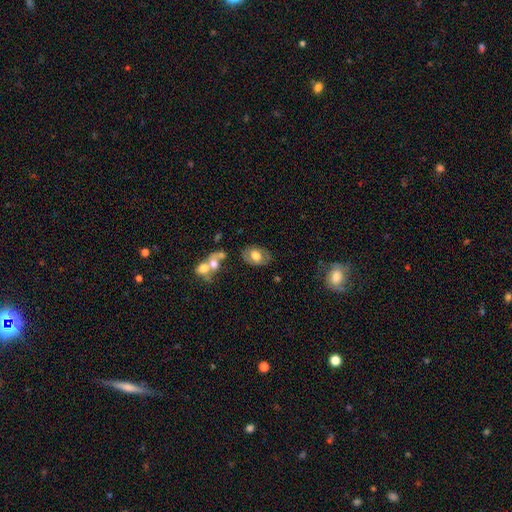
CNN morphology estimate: This appears to be a smooth galaxy with no disk features (59%) that is in between round and cigar-shaped (80%). Merging: none (71%).